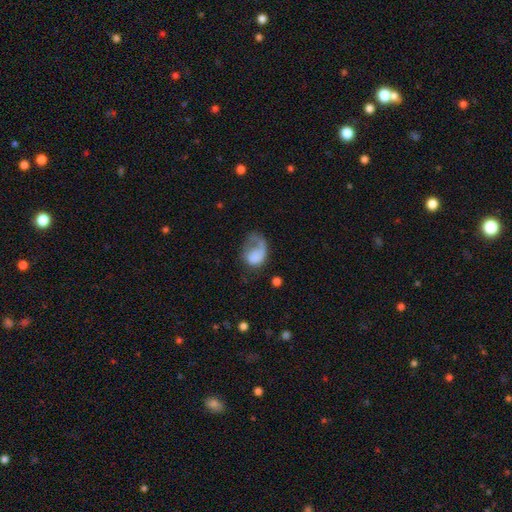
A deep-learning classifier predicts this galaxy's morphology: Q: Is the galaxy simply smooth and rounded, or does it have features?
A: smooth — 52%.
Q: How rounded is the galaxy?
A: in between — 67%.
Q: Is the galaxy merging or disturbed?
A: major disturbance — 56%.